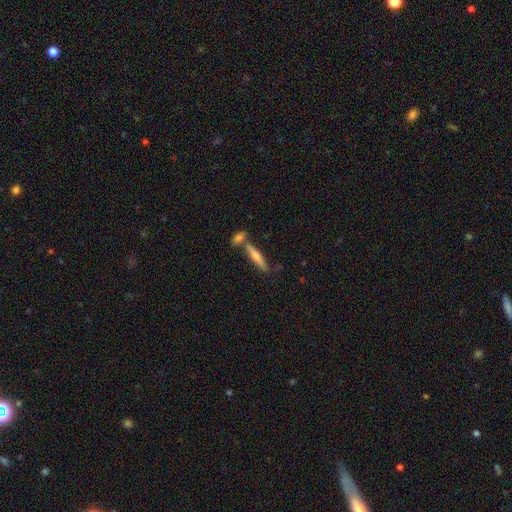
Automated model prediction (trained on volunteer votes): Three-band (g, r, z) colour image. It shows a smooth galaxy with no disk features (49%). Merging: none (64%).